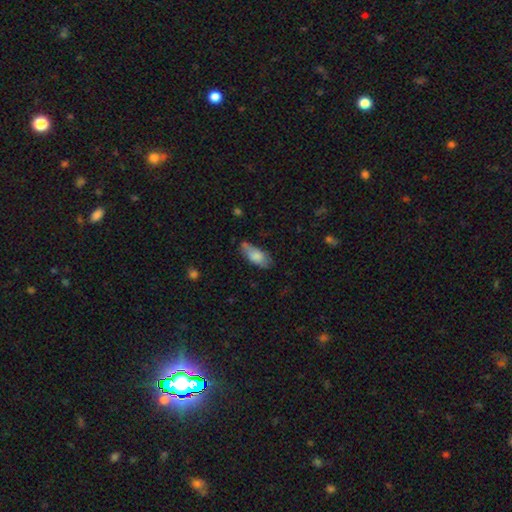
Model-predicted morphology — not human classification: Smooth or featured: smooth — 77% (featured or disk — 16%)
How rounded: in between — 83% (cigar-shaped — 15%)
Merging: none — 51% (minor disturbance — 35%)